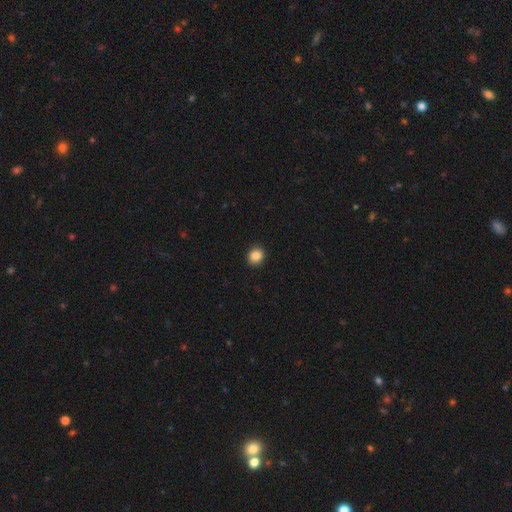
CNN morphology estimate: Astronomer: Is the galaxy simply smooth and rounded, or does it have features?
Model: smooth — 87%.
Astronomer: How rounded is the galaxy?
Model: round — 75%.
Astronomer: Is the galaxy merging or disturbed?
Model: none — 92%.